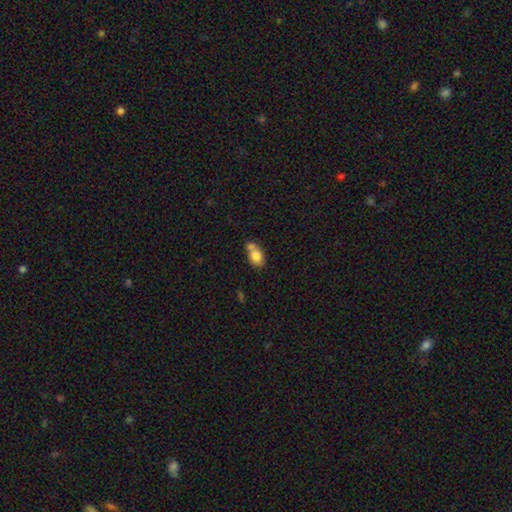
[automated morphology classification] smooth 79%, featured or disk 13%, star or artifact 8%. Down the decision tree: how rounded — in between (76%); merging — merger (43%).